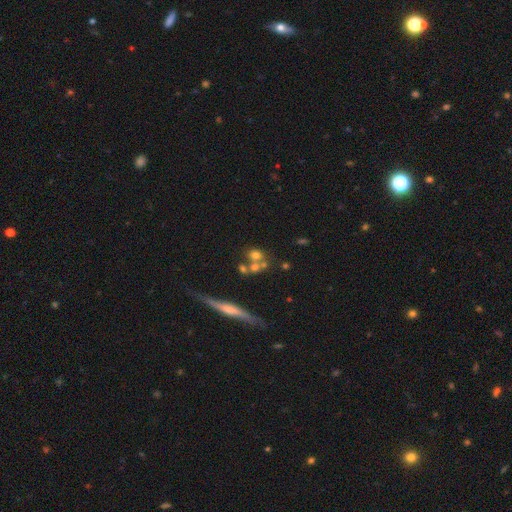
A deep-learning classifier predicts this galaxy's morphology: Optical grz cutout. It shows a smooth galaxy with no disk features (59%) that is round (65%). Merging: none (42%).